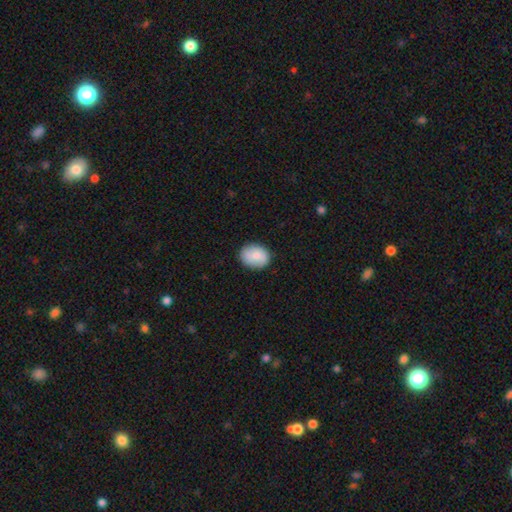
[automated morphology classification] The model was most divided on "how rounded": in between: 57%, round: 42%, cigar-shaped: 1%. More confident: merging — none (84%); smooth or featured — smooth (82%).